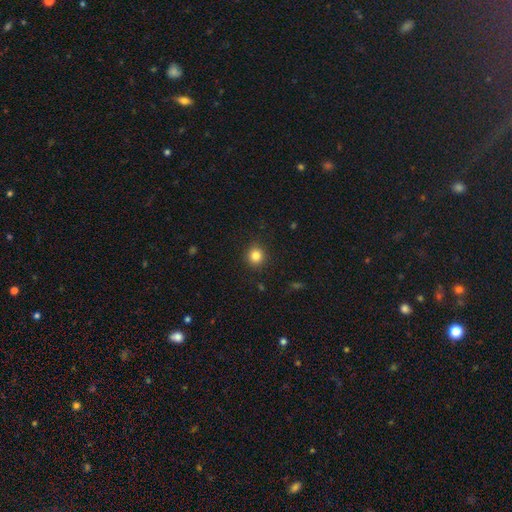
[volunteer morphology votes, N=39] smooth_or_featured: smooth (p=0.79) [alt: featured or disk p=0.15]
how_rounded: round (p=0.90) [alt: in between p=0.10]
merging: none (p=0.89) [alt: minor disturbance p=0.08]